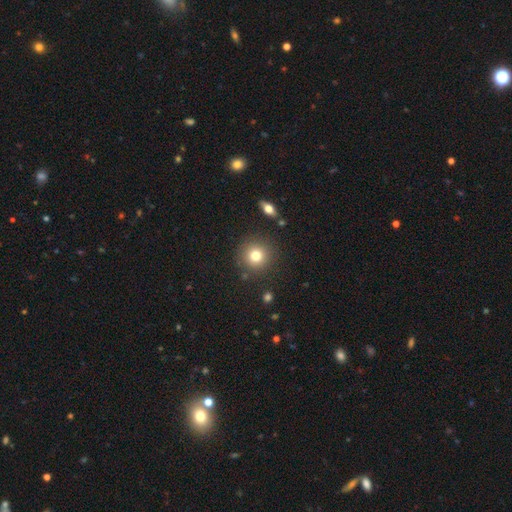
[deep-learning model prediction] Morphology: type=smooth (78%); roundness=round (94%); merging=none (87%).